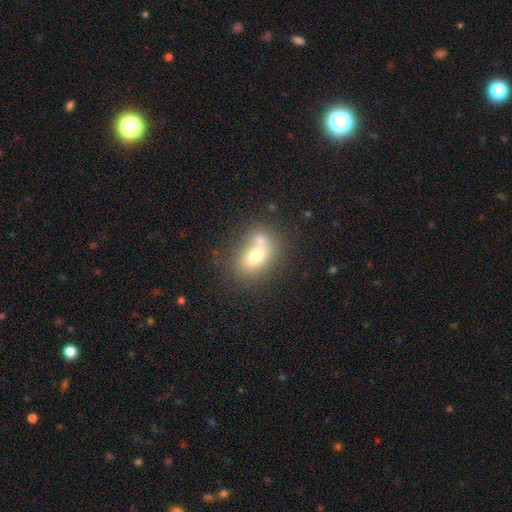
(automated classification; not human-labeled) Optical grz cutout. It shows a smooth galaxy with no disk features (68%) that is in between round and cigar-shaped (69%). Merging: merger (47%).